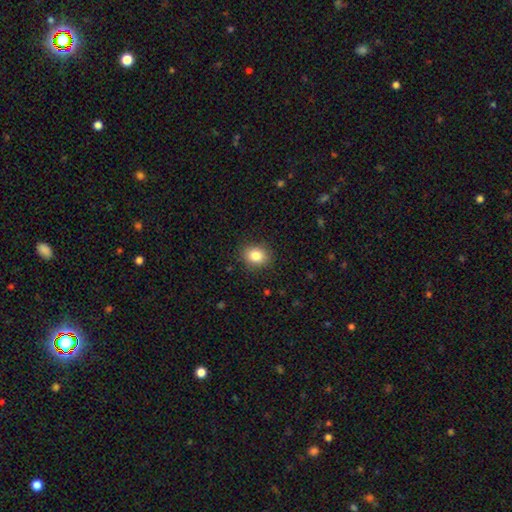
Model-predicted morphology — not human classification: Overall: smooth (85%). How rounded: round (54%; in between 45%). Merging: none (87%).